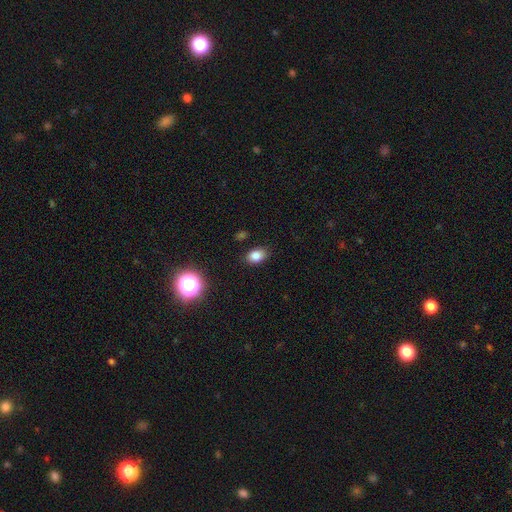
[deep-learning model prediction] The model was most divided on "how rounded": in between: 78%, round: 21%, cigar-shaped: 1%. More confident: smooth or featured — smooth (82%); merging — none (82%).